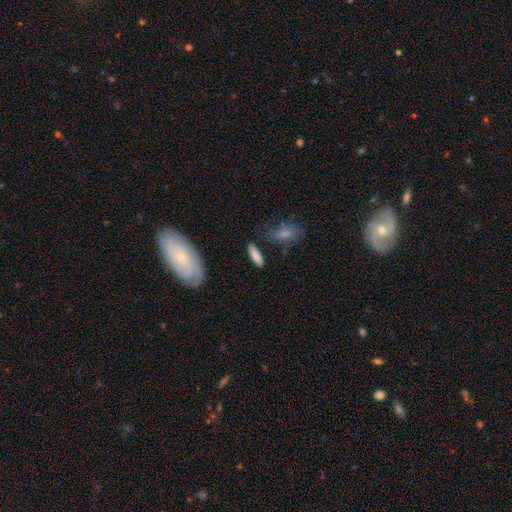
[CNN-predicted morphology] smooth 78%, featured or disk 15%, star or artifact 7%. Down the decision tree: how rounded — in between (52%); merging — none (78%).